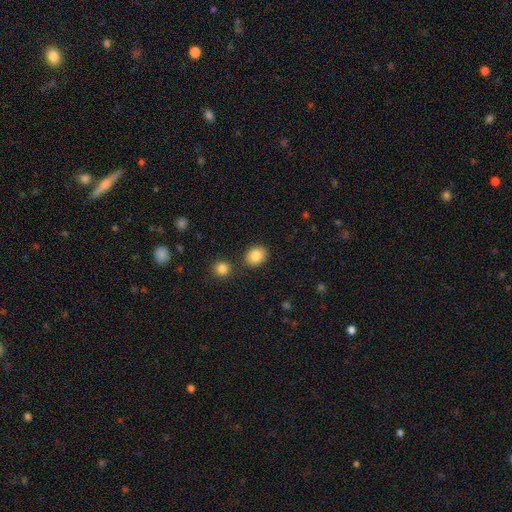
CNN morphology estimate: smooth_or_featured: smooth (p=0.86) [alt: star or artifact p=0.09]
how_rounded: round (p=0.58) [alt: in between p=0.41]
merging: none (p=0.81) [alt: minor disturbance p=0.09]